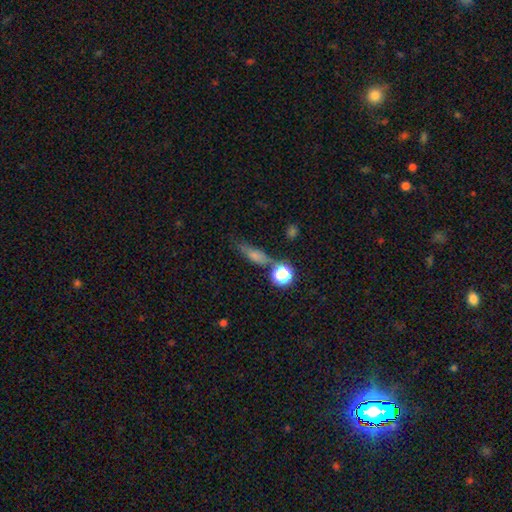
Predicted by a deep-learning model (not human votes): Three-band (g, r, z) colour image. It shows a smooth galaxy with no disk features (49%). Merging: none (66%).